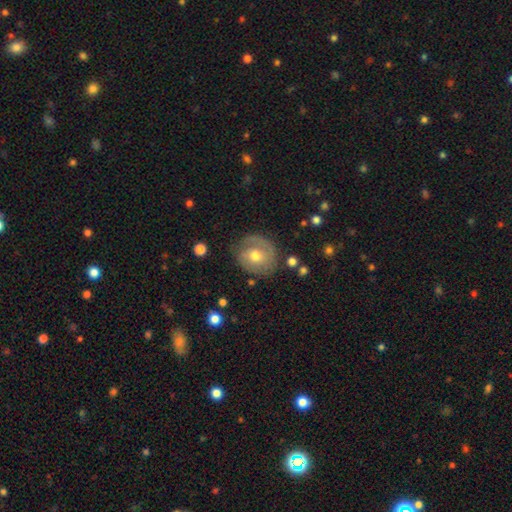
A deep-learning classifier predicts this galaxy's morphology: A featured or disk galaxy (47%).

Vote fractions:
- Smooth or featured? featured or disk: 47% / smooth: 45% / star or artifact: 7%
- Merging? none: 71% / minor disturbance: 18% / major disturbance: 8% / merger: 2%